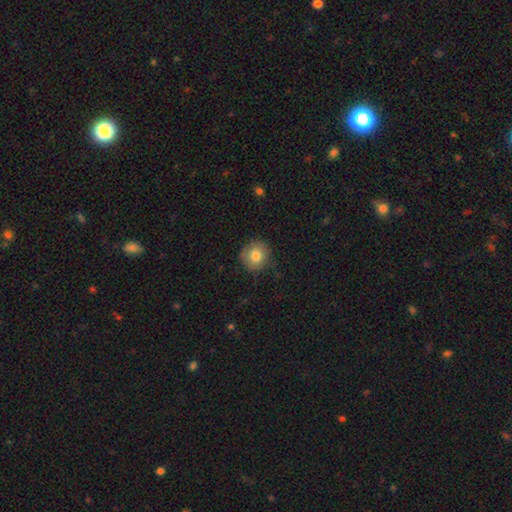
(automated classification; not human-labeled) smooth-or-featured: smooth: 80% | featured or disk: 11% | star or artifact: 9%
  how-rounded: round: 91% | in between: 8% | cigar-shaped: 1%
  merging: none: 81% | minor disturbance: 14% | major disturbance: 3% | merger: 1%